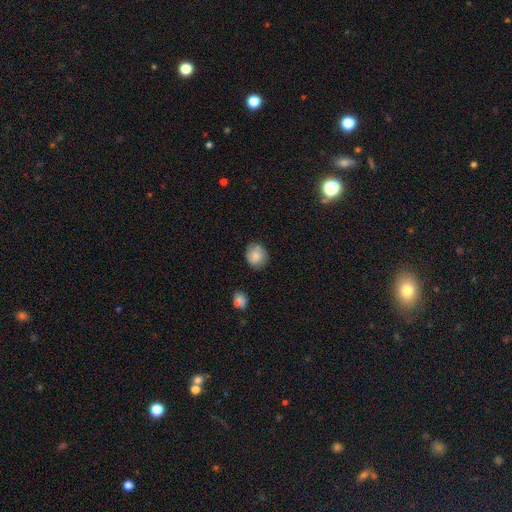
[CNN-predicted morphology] Smooth or featured: smooth — 82% (featured or disk — 10%)
How rounded: round — 79% (in between — 20%)
Merging: none — 82% (minor disturbance — 13%)